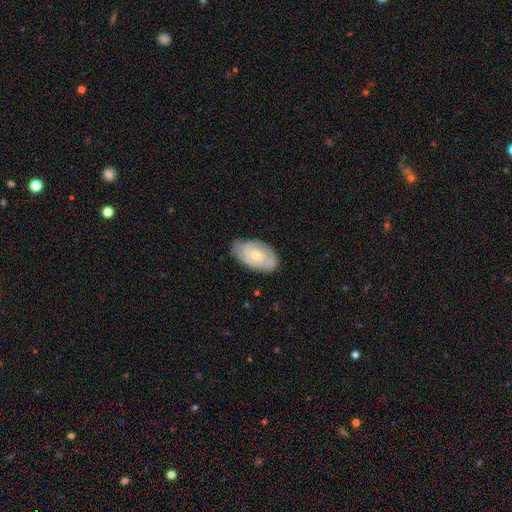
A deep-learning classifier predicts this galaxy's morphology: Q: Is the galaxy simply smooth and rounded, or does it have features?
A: featured or disk — 48%.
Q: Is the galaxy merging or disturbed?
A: none — 72%.